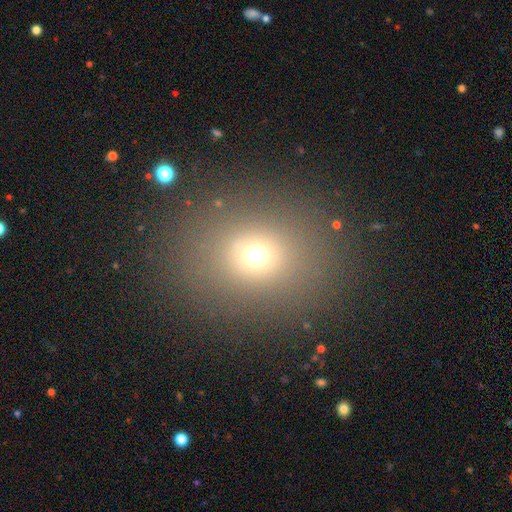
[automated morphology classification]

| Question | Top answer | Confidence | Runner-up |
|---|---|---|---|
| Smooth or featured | smooth | 67% | star or artifact (22%) |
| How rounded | round | 67% | in between (32%) |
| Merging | none | 86% | minor disturbance (8%) |